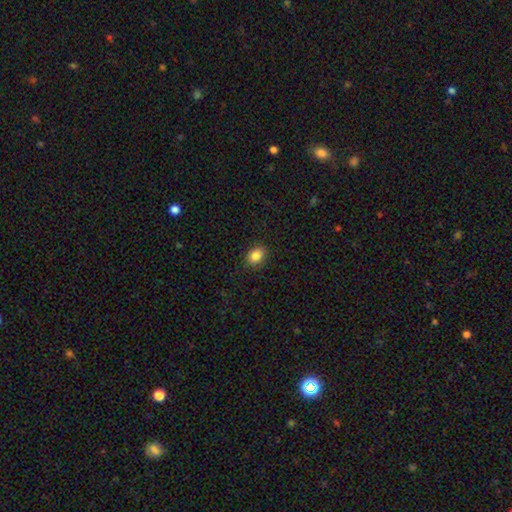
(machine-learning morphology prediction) Smooth or featured: smooth — 85% (star or artifact — 10%)
How rounded: in between — 55% (round — 44%)
Merging: none — 88% (minor disturbance — 9%)